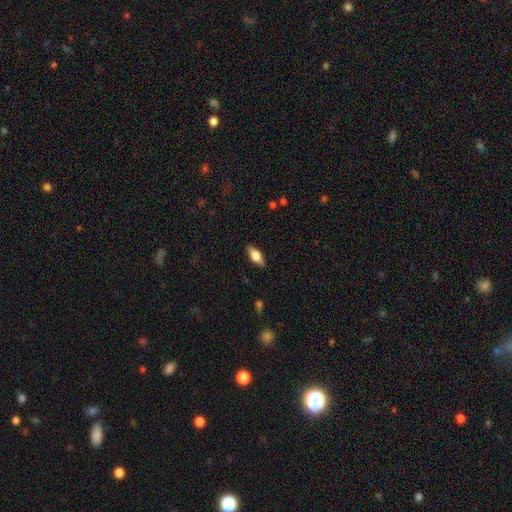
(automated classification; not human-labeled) smooth_or_featured: smooth (p=0.57) [alt: featured or disk p=0.36]
how_rounded: in between (p=0.73) [alt: cigar-shaped p=0.24]
merging: none (p=0.87) [alt: minor disturbance p=0.10]